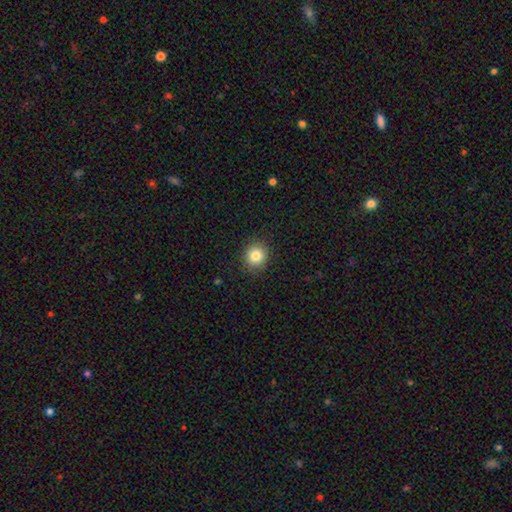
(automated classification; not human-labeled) Smooth or featured? smooth (83%)
How rounded? round (85%)
Merging? none (89%)